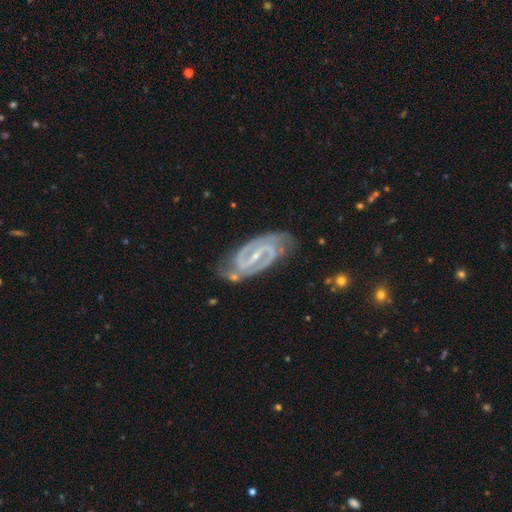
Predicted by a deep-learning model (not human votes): Smooth or featured?
  - featured or disk: 91% *
  - star or artifact: 5%
  - smooth: 4%
Edge-on disk?
  - no: 96% *
  - yes: 4%
Bar?
  - strong: 54% *
  - weak: 33%
  - no: 13%
Spiral arms?
  - yes: 98% *
  - no: 2%
Spiral winding?
  - tight: 47% *
  - medium: 45%
  - loose: 9%
Spiral arm count?
  - 2: 90% *
  - 3: 3%
  - can't tell: 3%
  - 1: 1%
  - 4: 1%
  - more than 4: 1%
Bulge size?
  - small: 75% *
  - moderate: 19%
  - none: 4%
  - large: 1%
  - dominant: 1%
Merging?
  - none: 74% *
  - minor disturbance: 17%
  - major disturbance: 6%
  - merger: 3%